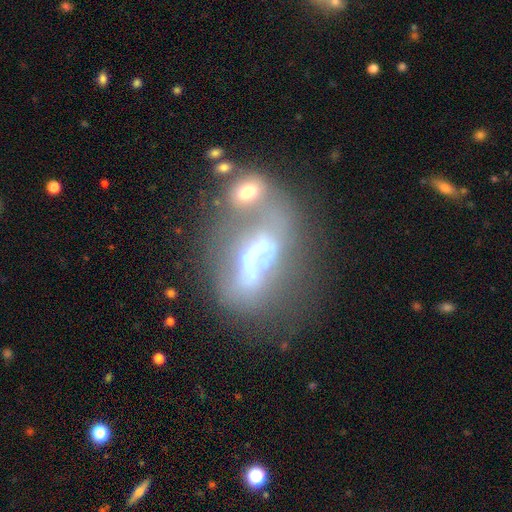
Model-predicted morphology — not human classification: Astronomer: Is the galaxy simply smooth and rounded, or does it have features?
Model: featured or disk — 56%.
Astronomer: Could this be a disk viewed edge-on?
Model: no — 89%.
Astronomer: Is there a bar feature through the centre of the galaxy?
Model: no — 48% (runner-up: strong, 32%).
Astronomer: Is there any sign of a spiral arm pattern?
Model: no — 77%.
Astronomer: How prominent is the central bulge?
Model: moderate — 33% (runner-up: none, 26%).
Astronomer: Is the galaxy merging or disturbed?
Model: merger — 55%.